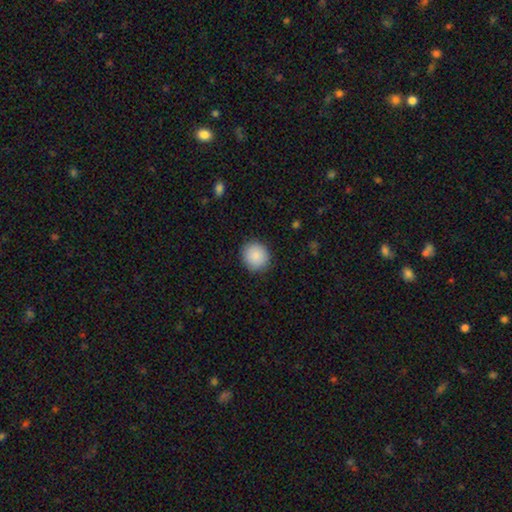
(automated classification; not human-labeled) This appears to be a smooth galaxy with no disk features (89%) that is round (86%). Merging: none (90%).